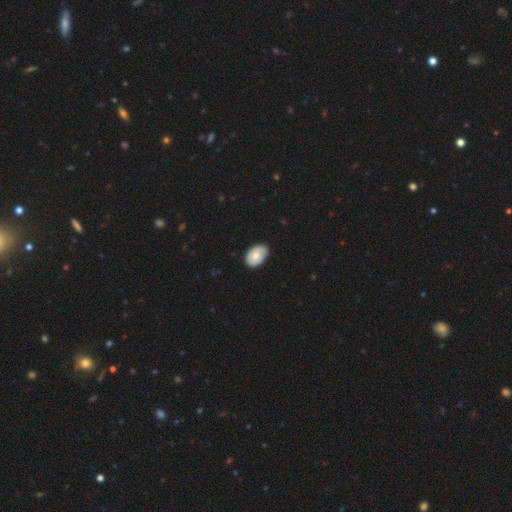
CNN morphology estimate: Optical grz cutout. It shows a smooth galaxy with no disk features (70%) that is in between round and cigar-shaped (87%). Merging: none (80%).